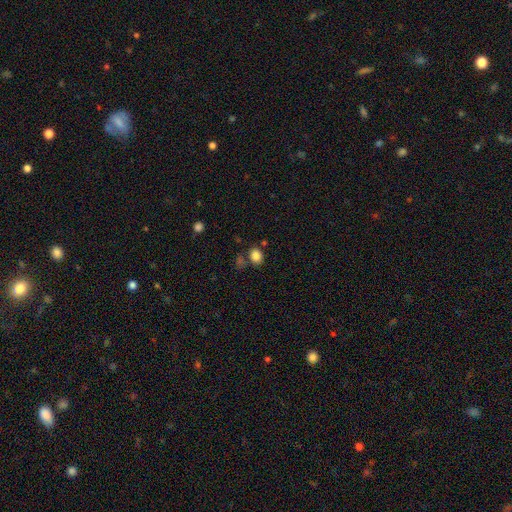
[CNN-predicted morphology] smooth_or_featured: smooth (p=0.83) [alt: star or artifact p=0.12]
how_rounded: round (p=0.57) [alt: in between p=0.42]
merging: none (p=0.73) [alt: minor disturbance p=0.13]